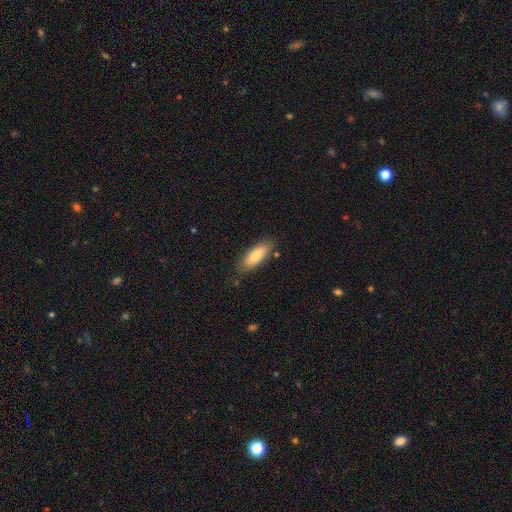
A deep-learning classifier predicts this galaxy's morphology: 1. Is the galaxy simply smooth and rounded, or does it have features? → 78% smooth, 16% featured or disk, 6% star or artifact.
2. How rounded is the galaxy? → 59% in between, 39% cigar-shaped, 2% round.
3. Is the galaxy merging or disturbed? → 81% none, 14% minor disturbance, 3% major disturbance, 2% merger.